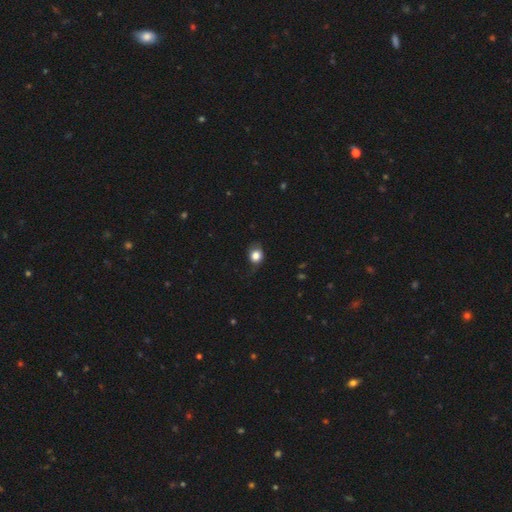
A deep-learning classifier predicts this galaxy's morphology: This is clearly a smooth galaxy (80%). How rounded: likely round (69%). Merging: possibly none (57%).